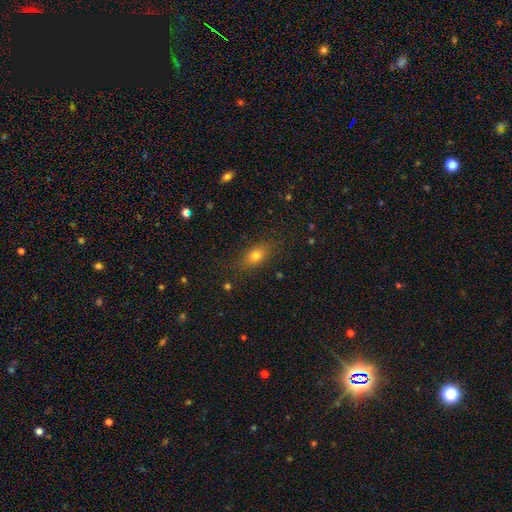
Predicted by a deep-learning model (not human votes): Morphology: type=smooth (74%); roundness=in between (76%); merging=none (81%).